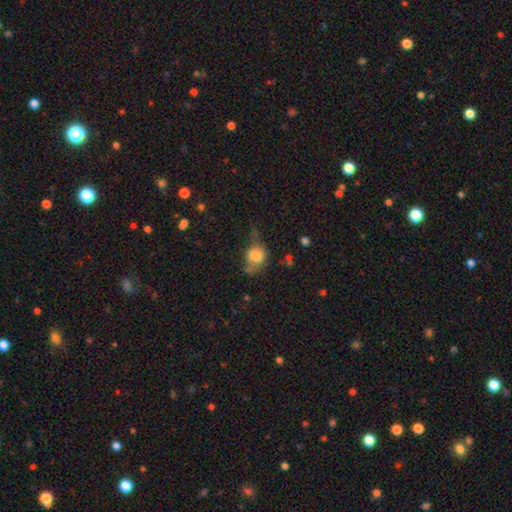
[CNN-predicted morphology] A smooth galaxy with no disk features (72%) that is in between round and cigar-shaped (52%).

Vote fractions:
- Smooth or featured? smooth: 72% / featured or disk: 17% / star or artifact: 11%
- How rounded? in between: 52% / round: 46% / cigar-shaped: 2%
- Merging? none: 33% / minor disturbance: 30% / major disturbance: 27% / merger: 9%